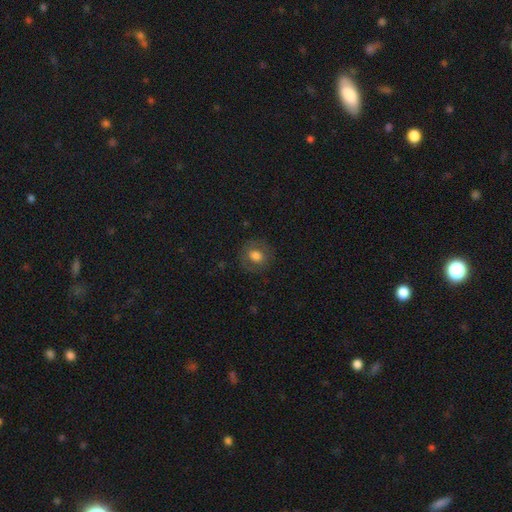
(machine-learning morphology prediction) smooth 72%, featured or disk 17%, star or artifact 11%. Down the decision tree: how rounded — round (76%); merging — none (83%).